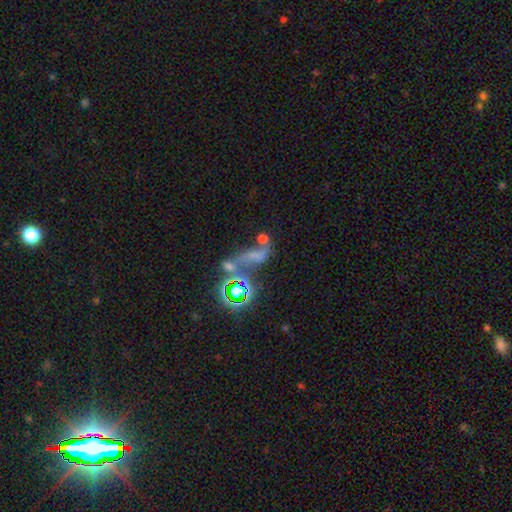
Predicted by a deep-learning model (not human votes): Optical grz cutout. It shows a smooth galaxy with no disk features (40%). Merging: merger (38%).